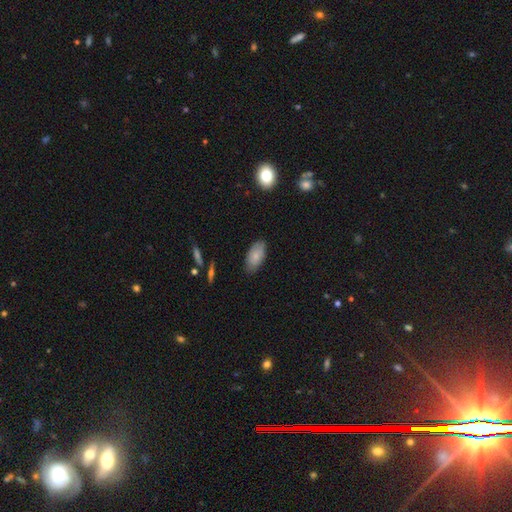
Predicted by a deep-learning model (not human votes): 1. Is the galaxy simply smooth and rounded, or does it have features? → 76% smooth, 17% featured or disk, 7% star or artifact.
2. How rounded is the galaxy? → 93% in between, 4% cigar-shaped, 3% round.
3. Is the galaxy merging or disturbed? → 78% none, 18% minor disturbance, 3% major disturbance, 1% merger.